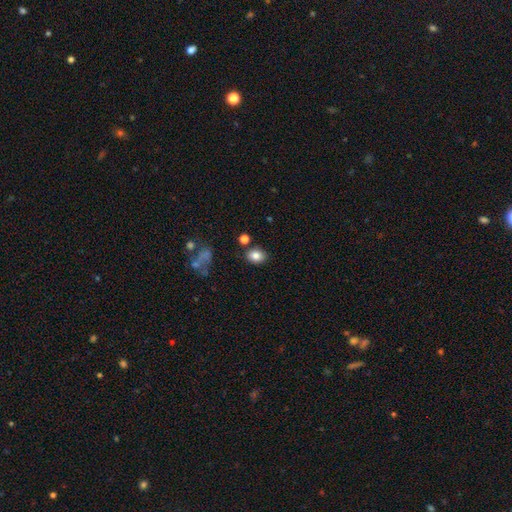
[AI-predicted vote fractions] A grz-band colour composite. It shows a smooth galaxy with no disk features (82%) that is in between round and cigar-shaped (58%). Merging: none (80%).